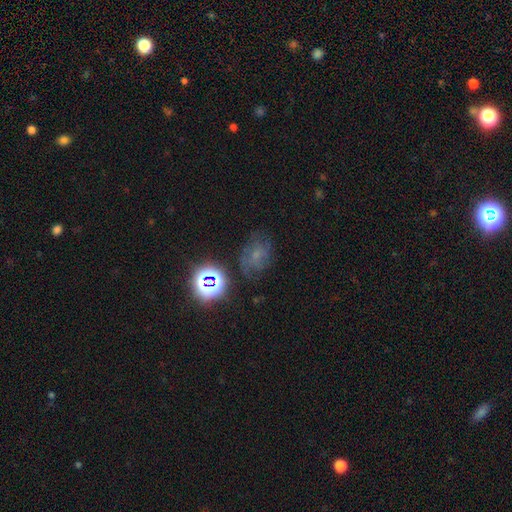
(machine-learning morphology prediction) This is marginally a star or artifact rather than a galaxy (39%).